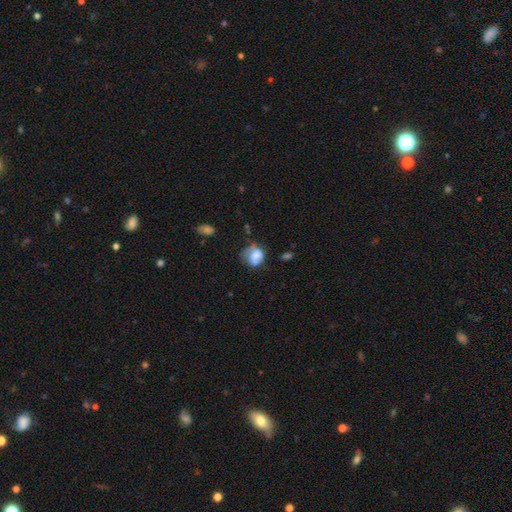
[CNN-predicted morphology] This appears to be a smooth galaxy with no disk features (63%) that is round (60%). Merging: none (34%).